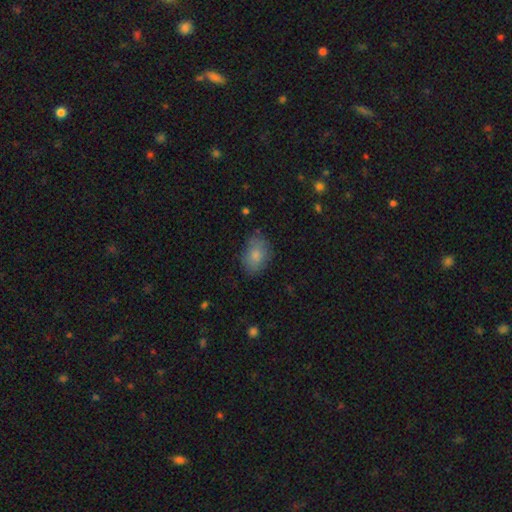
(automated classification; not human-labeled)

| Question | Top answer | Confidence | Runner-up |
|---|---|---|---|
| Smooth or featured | smooth | 81% | featured or disk (11%) |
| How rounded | in between | 80% | round (19%) |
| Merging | none | 73% | minor disturbance (19%) |